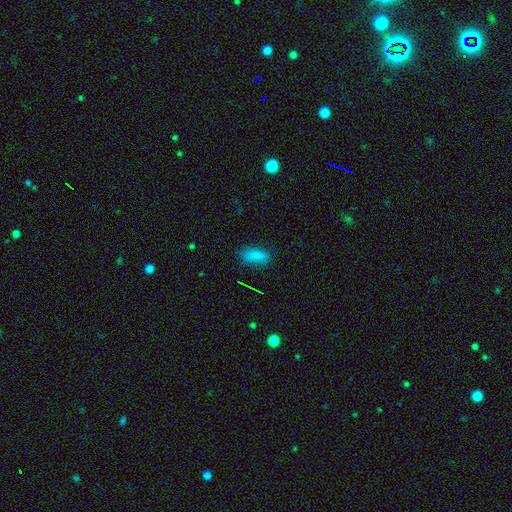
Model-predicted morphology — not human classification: Smooth or featured? smooth (81%)
How rounded? in between (84%)
Merging? none (71%)